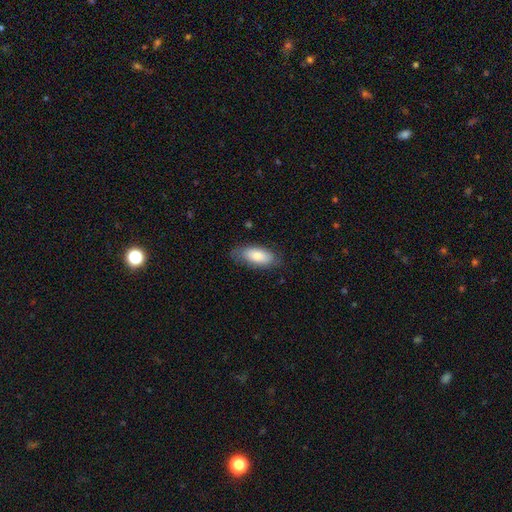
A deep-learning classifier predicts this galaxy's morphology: A smooth galaxy with no disk features (79%) that is in between round and cigar-shaped (86%).

Vote fractions:
- Smooth or featured? smooth: 79% / featured or disk: 15% / star or artifact: 6%
- How rounded? in between: 86% / cigar-shaped: 12% / round: 2%
- Merging? none: 75% / minor disturbance: 19% / major disturbance: 4% / merger: 1%